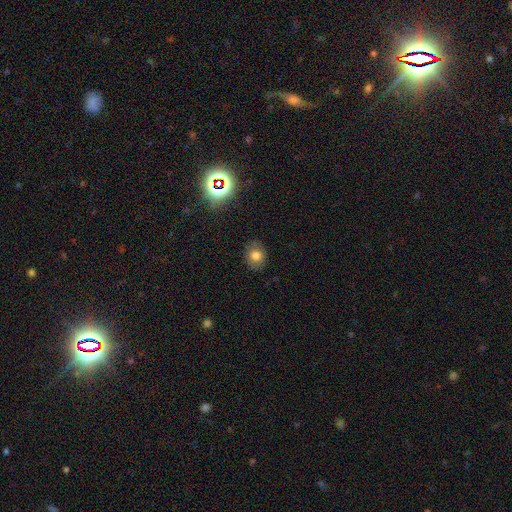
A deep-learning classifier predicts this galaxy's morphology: type=smooth (74%); roundness=round (63%); merging=none (84%).